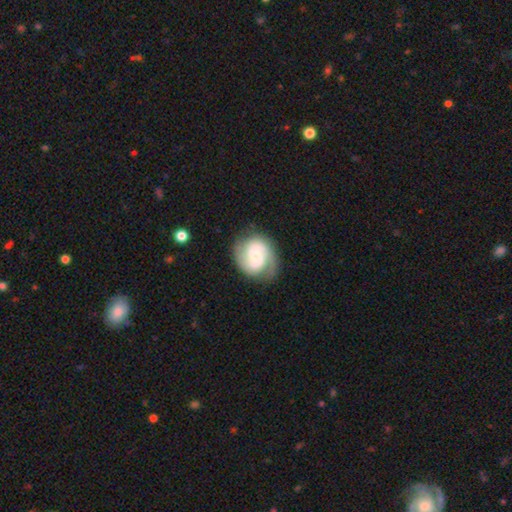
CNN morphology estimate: Smooth or featured?
  - featured or disk: 81% *
  - smooth: 14%
  - star or artifact: 5%
Edge-on disk?
  - no: 98% *
  - yes: 2%
Bar?
  - weak: 51% *
  - no: 34%
  - strong: 15%
Spiral arms?
  - yes: 96% *
  - no: 4%
Spiral winding?
  - medium: 51% *
  - tight: 32%
  - loose: 17%
Spiral arm count?
  - 2: 88% *
  - can't tell: 5%
  - 1: 3%
  - 3: 2%
  - 4: 1%
  - more than 4: 1%
Bulge size?
  - small: 50% *
  - moderate: 31%
  - none: 13%
  - large: 5%
  - dominant: 1%
Merging?
  - none: 74% *
  - minor disturbance: 17%
  - major disturbance: 7%
  - merger: 2%